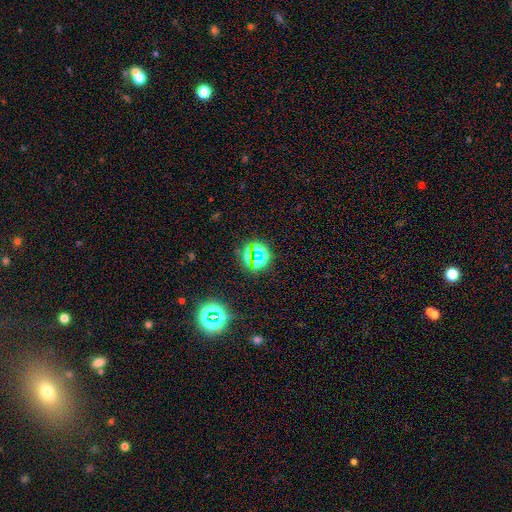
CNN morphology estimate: Smooth or featured: star or artifact — 71% (smooth — 20%)